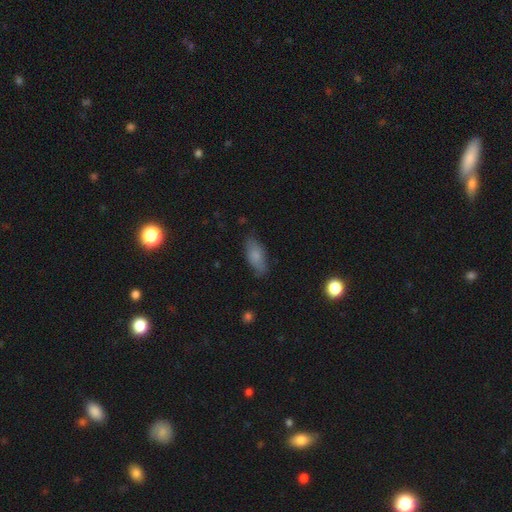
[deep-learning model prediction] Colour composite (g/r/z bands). It shows a smooth galaxy with no disk features (78%) that is in between round and cigar-shaped (86%). Merging: none (73%).